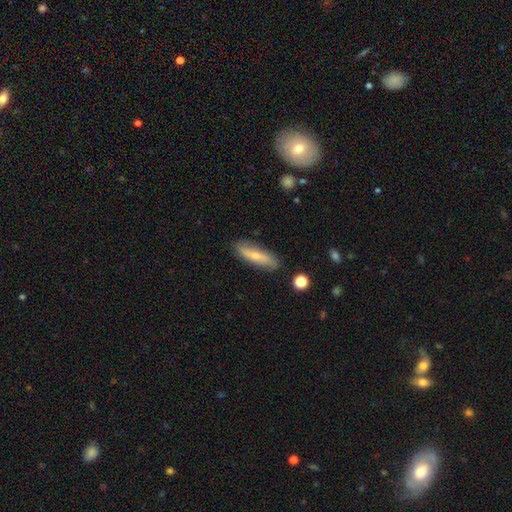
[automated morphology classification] smooth 62%, featured or disk 32%, star or artifact 6%. Down the decision tree: how rounded — cigar-shaped (63%); merging — none (84%).